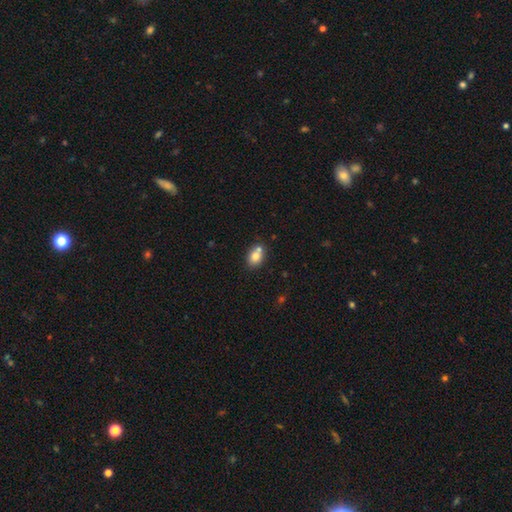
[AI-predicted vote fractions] This appears to be a smooth galaxy with no disk features (78%) that is in between round and cigar-shaped (63%). Merging: none (51%).